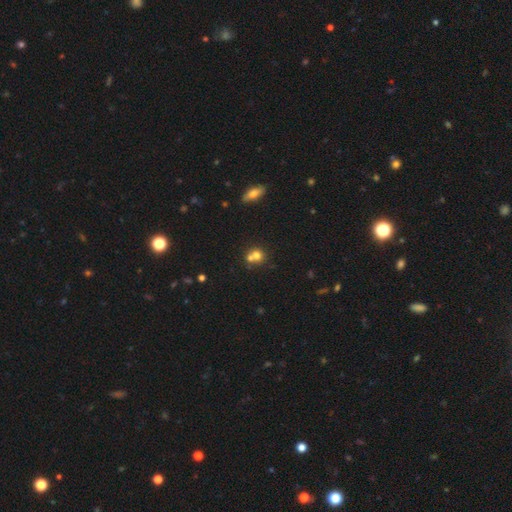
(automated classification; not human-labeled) Q: Smooth or featured?
A: smooth (71%); runner-up: featured or disk (15%)
Q: How rounded?
A: round (81%); runner-up: in between (17%)
Q: Merging?
A: merger (48%); runner-up: none (42%)